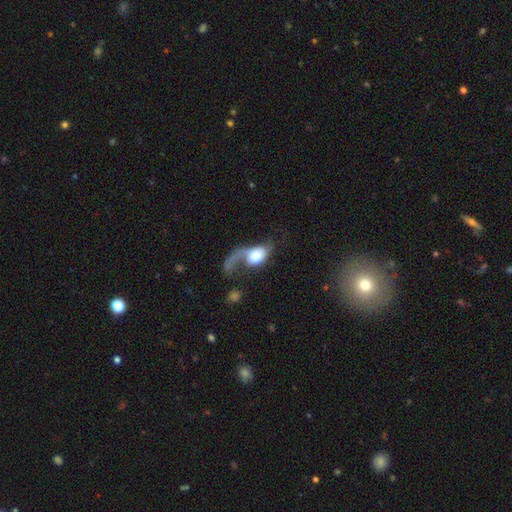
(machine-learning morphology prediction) smooth_or_featured: featured or disk (p=0.49) [alt: smooth p=0.44]
merging: major disturbance (p=0.61) [alt: none p=0.17]